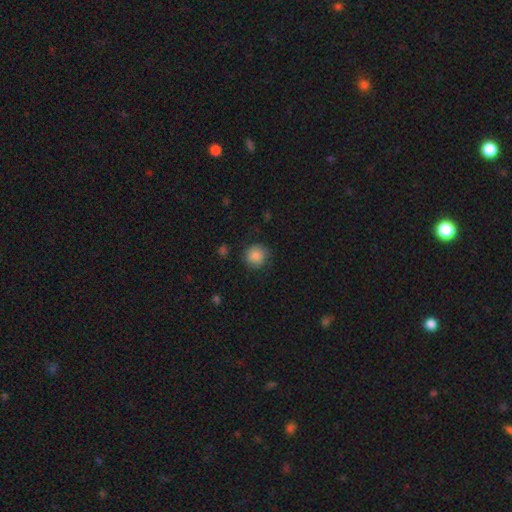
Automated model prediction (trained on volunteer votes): smooth 86%, star or artifact 9%, featured or disk 5%. Down the decision tree: how rounded — round (92%); merging — none (85%).